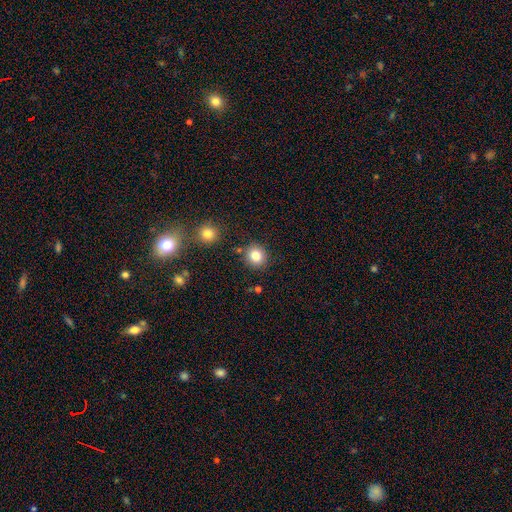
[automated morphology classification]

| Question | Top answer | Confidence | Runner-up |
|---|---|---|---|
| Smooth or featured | smooth | 82% | star or artifact (11%) |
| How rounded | round | 88% | in between (11%) |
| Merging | none | 85% | minor disturbance (8%) |